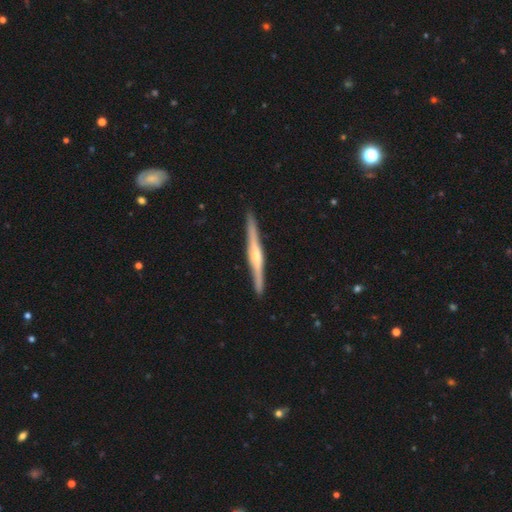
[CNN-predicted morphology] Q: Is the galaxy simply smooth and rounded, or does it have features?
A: featured or disk — 79%.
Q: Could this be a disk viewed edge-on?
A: yes — 98%.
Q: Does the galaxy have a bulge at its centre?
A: rounded — 80%.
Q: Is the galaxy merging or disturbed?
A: none — 91%.